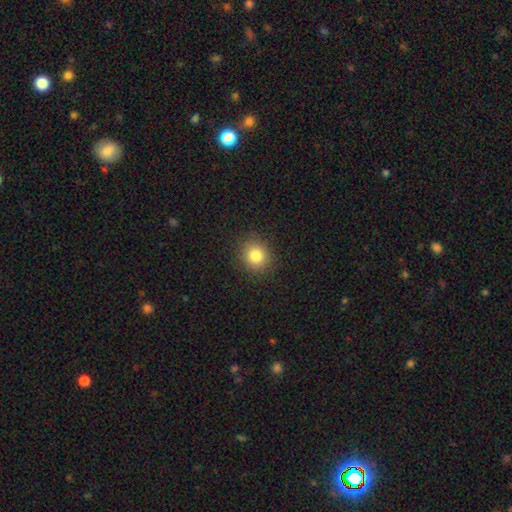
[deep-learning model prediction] Smooth or featured?
  - smooth: 82% *
  - star or artifact: 12%
  - featured or disk: 7%
How rounded?
  - round: 82% *
  - in between: 18%
  - cigar-shaped: 1%
Merging?
  - none: 90% *
  - minor disturbance: 7%
  - major disturbance: 2%
  - merger: 1%